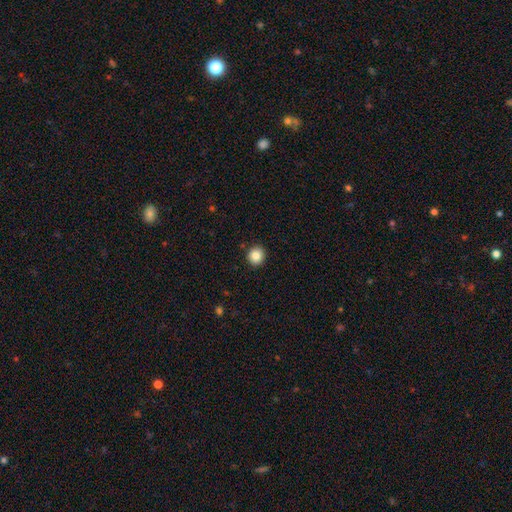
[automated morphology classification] A smooth galaxy with no disk features (85%) that is round (87%). Merging: none (91%).